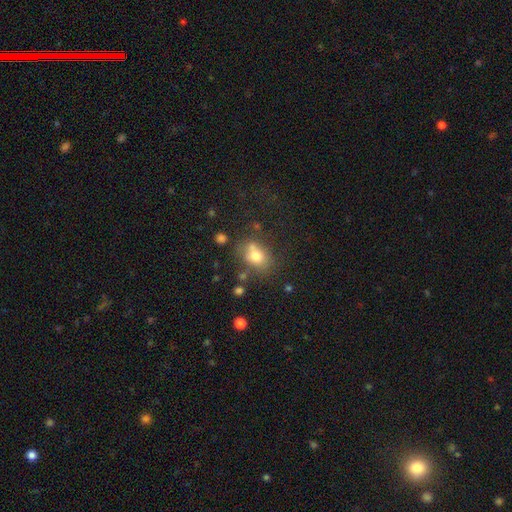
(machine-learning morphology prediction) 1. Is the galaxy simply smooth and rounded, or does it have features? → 73% smooth, 15% featured or disk, 12% star or artifact.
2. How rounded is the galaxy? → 53% in between, 45% round, 1% cigar-shaped.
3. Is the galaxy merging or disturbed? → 55% none, 19% minor disturbance, 18% merger, 8% major disturbance.